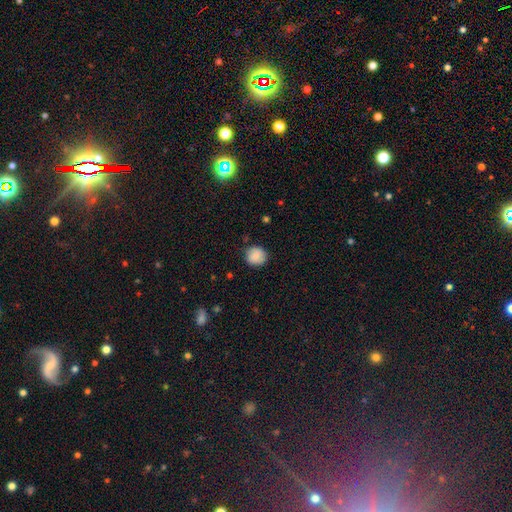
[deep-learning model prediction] smooth-or-featured: smooth: 85% | star or artifact: 8% | featured or disk: 6%
  how-rounded: round: 90% | in between: 9% | cigar-shaped: 1%
  merging: none: 84% | minor disturbance: 12% | major disturbance: 3% | merger: 1%